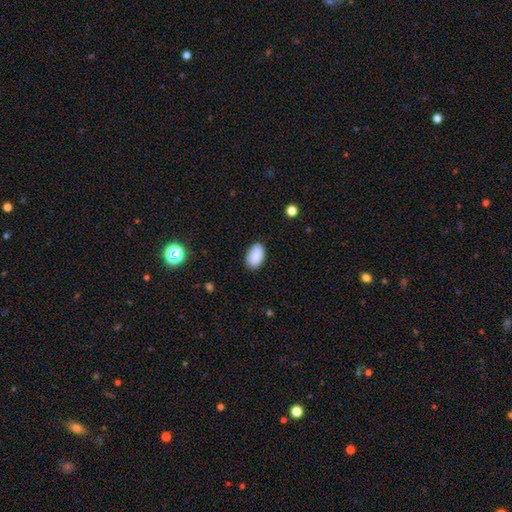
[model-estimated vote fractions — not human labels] Morphology: type=smooth (90%); roundness=in between (93%); merging=none (85%).